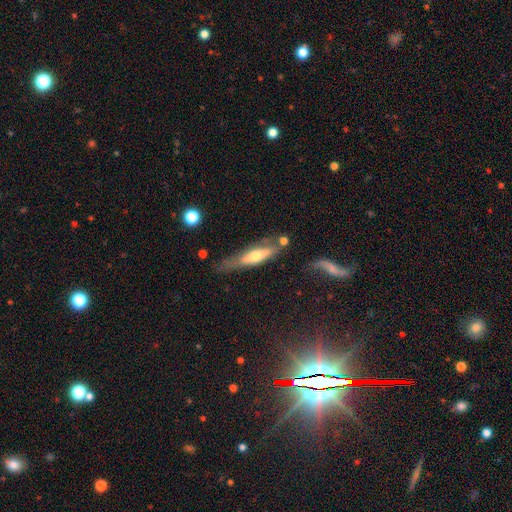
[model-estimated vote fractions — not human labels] This appears to be a featured or disk galaxy (53%) viewed edge-on (74%). Merging: none (54%).